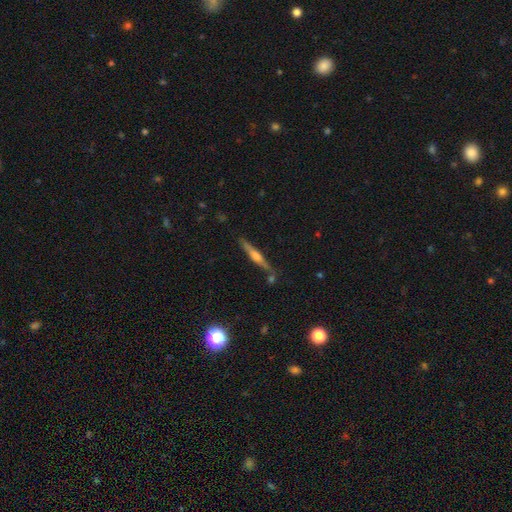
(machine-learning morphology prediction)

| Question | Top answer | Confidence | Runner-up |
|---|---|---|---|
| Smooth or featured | featured or disk | 69% | smooth (23%) |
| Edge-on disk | yes | 97% | no (3%) |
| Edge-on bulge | rounded | 70% | boxy (20%) |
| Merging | none | 83% | minor disturbance (10%) |